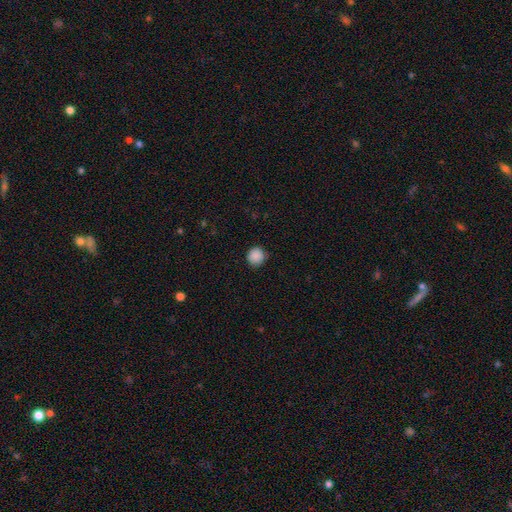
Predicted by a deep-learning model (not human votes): smooth-or-featured: smooth: 88% | star or artifact: 9% | featured or disk: 3%
  how-rounded: round: 89% | in between: 10% | cigar-shaped: 1%
  merging: none: 85% | minor disturbance: 11% | major disturbance: 2% | merger: 1%